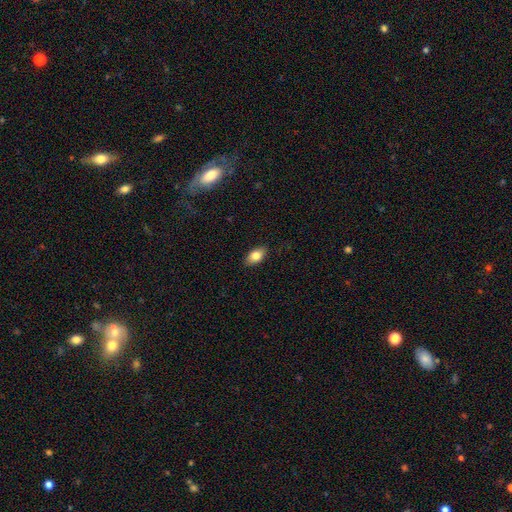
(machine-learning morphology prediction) Smooth or featured?
  - smooth: 81% *
  - featured or disk: 11%
  - star or artifact: 7%
How rounded?
  - in between: 91% *
  - round: 6%
  - cigar-shaped: 3%
Merging?
  - none: 87% *
  - minor disturbance: 10%
  - major disturbance: 2%
  - merger: 1%